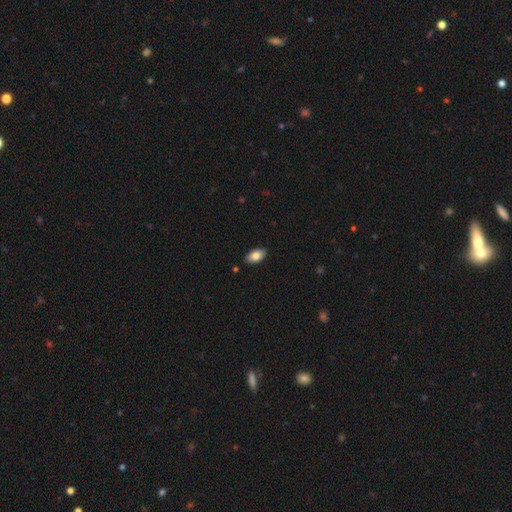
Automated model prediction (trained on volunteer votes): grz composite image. It shows a smooth galaxy with no disk features (84%) that is in between round and cigar-shaped (94%). Merging: none (88%).